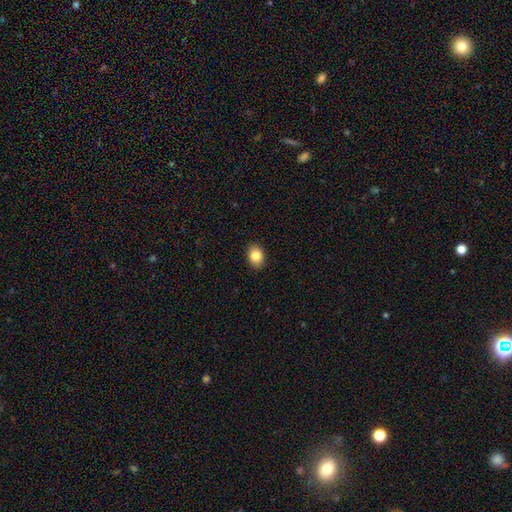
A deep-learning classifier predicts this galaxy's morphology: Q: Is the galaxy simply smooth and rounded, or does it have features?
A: smooth — 85%.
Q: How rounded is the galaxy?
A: in between — 69%.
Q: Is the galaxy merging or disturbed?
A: none — 90%.